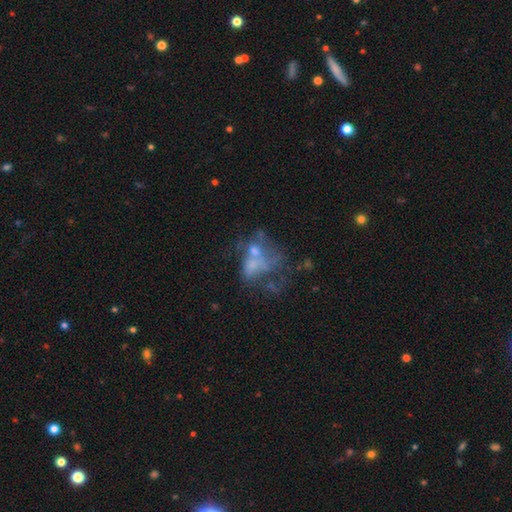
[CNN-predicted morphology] Smooth or featured? featured or disk (54%)
Edge-on disk? no (97%)
Bar? no (90%)
Spiral arms? no (91%)
Bulge size? none (55%)
Merging? major disturbance (32%)